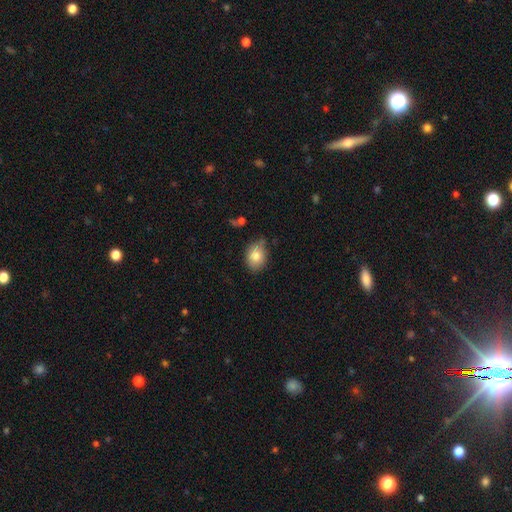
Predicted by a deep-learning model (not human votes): Smooth or featured: smooth — 80% (featured or disk — 11%)
How rounded: in between — 65% (round — 34%)
Merging: none — 67% (minor disturbance — 26%)